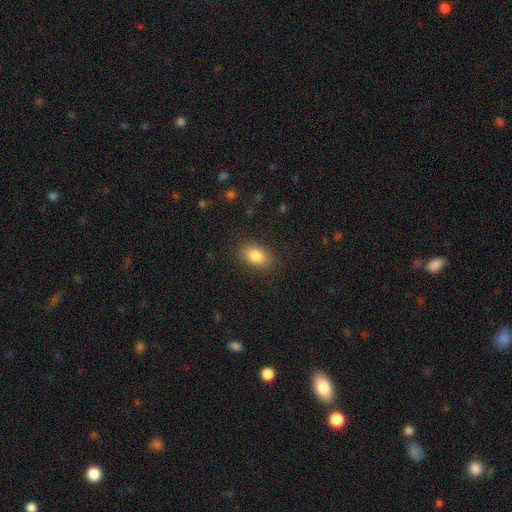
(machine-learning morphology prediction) A smooth galaxy with no disk features (84%) that is in between round and cigar-shaped (87%).

Vote fractions:
- Smooth or featured? smooth: 84% / star or artifact: 8% / featured or disk: 7%
- How rounded? in between: 87% / round: 11% / cigar-shaped: 2%
- Merging? none: 87% / minor disturbance: 9% / major disturbance: 3% / merger: 1%